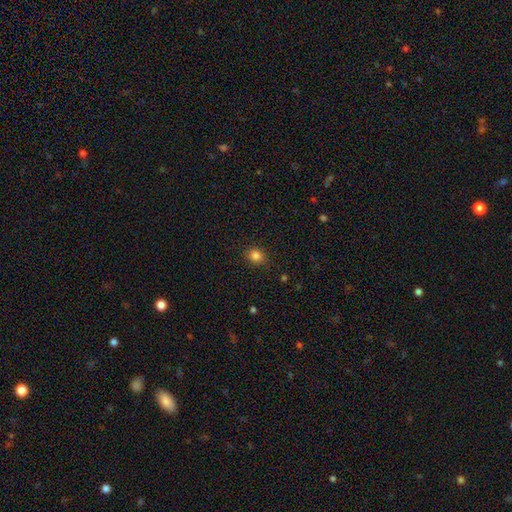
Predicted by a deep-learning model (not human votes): This appears to be a smooth galaxy with no disk features (83%) that is round (69%). Merging: none (88%).